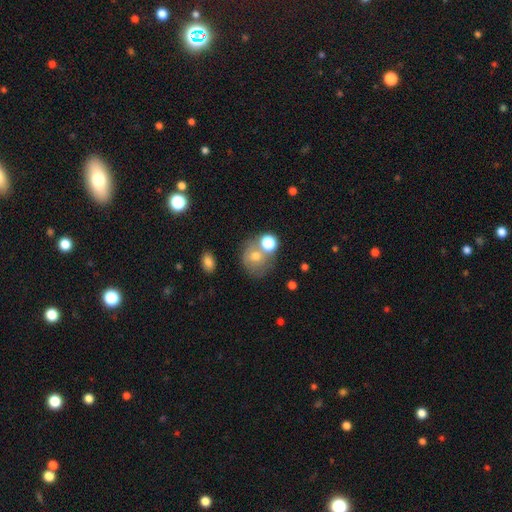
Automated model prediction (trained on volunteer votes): Morphology: type=smooth (65%); roundness=round (71%); merging=none (45%).